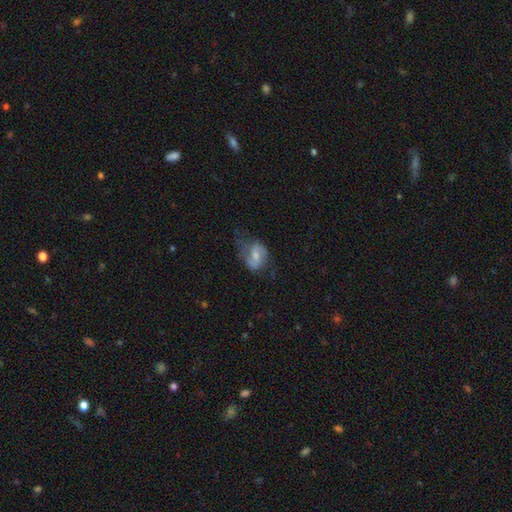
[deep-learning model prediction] smooth_or_featured: featured or disk (p=0.58) [alt: smooth p=0.35]
disk_edge_on: no (p=0.97) [alt: yes p=0.03]
bar: weak (p=0.47) [alt: no p=0.33]
has_spiral_arms: yes (p=0.83) [alt: no p=0.17]
bulge_size: moderate (p=0.51) [alt: small p=0.34]
merging: none (p=0.46) [alt: minor disturbance p=0.30]